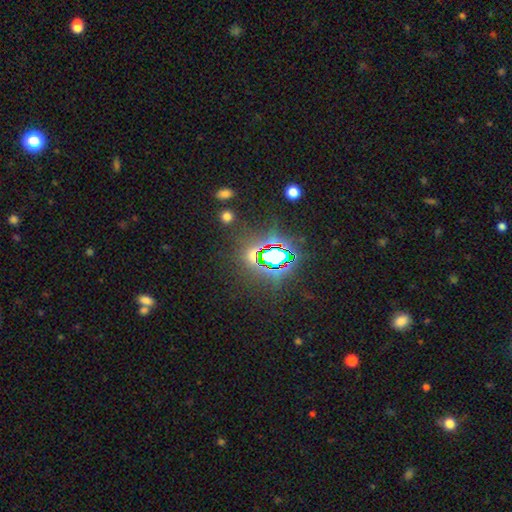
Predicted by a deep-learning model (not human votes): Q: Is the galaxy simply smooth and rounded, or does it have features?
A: star or artifact — 73%.